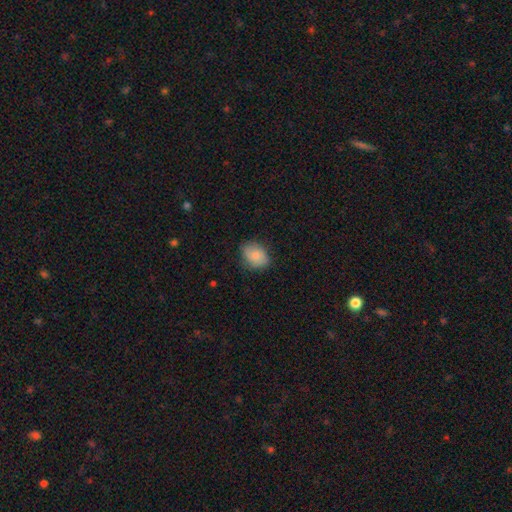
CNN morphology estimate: A smooth galaxy with no disk features (84%) that is in between round and cigar-shaped (69%). Merging: none (77%).